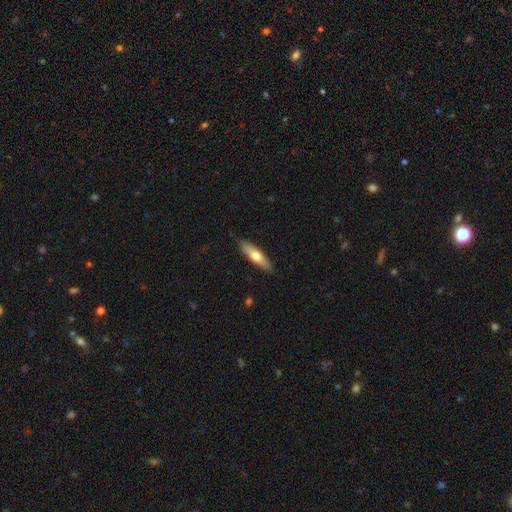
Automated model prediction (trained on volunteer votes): Smooth or featured? Predicted: smooth (p=0.61). How rounded? Predicted: cigar-shaped (p=0.65). Merging? Predicted: none (p=0.85).